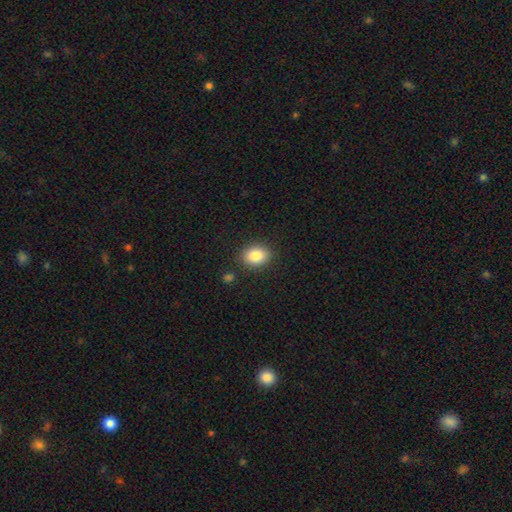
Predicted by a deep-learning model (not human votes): smooth-or-featured: smooth: 85% | star or artifact: 9% | featured or disk: 6%
  how-rounded: in between: 60% | round: 38% | cigar-shaped: 1%
  merging: none: 86% | minor disturbance: 9% | major disturbance: 3% | merger: 2%